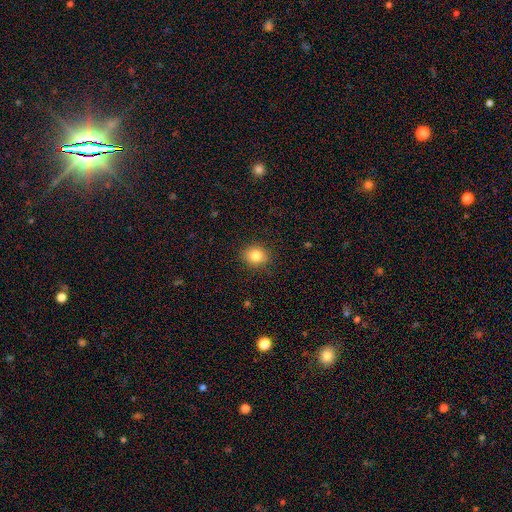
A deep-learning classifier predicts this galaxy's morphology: Smooth or featured? smooth (83%)
How rounded? round (62%)
Merging? none (88%)